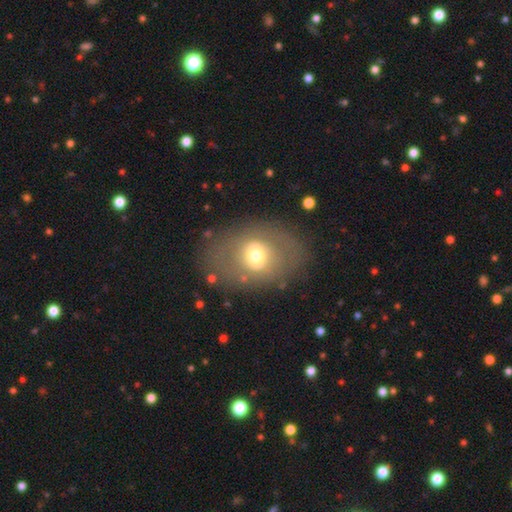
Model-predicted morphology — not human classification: Smooth or featured? smooth (50%)
Merging? none (77%)